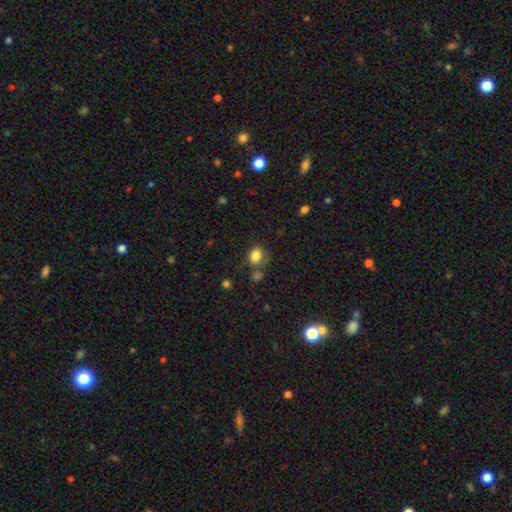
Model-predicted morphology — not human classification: A smooth galaxy with no disk features (83%) that is in between round and cigar-shaped (52%).

Vote fractions:
- Smooth or featured? smooth: 83% / star or artifact: 11% / featured or disk: 6%
- How rounded? in between: 52% / round: 47% / cigar-shaped: 1%
- Merging? none: 64% / minor disturbance: 15% / merger: 15% / major disturbance: 5%